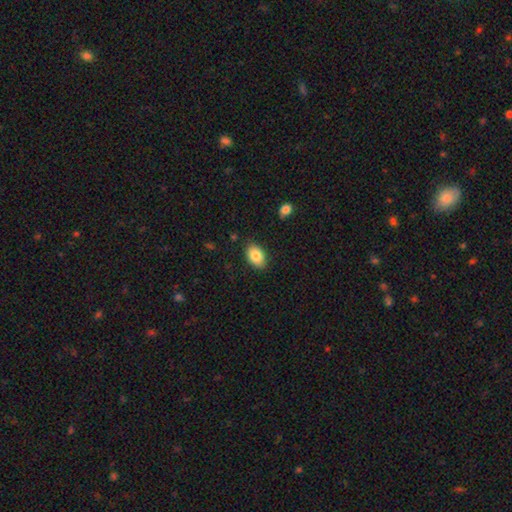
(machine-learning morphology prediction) Smooth or featured: smooth — 84% (featured or disk — 9%)
How rounded: in between — 87% (round — 12%)
Merging: none — 85% (minor disturbance — 12%)